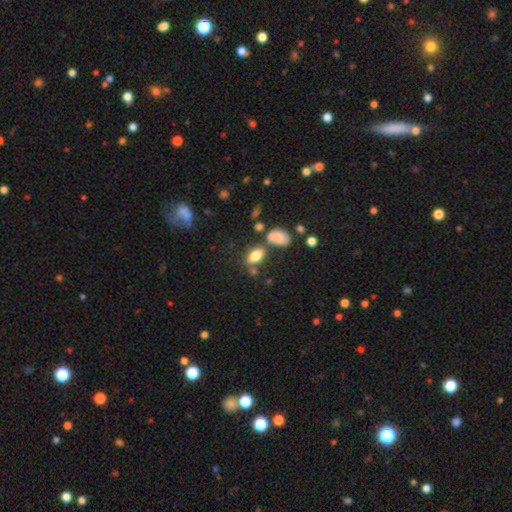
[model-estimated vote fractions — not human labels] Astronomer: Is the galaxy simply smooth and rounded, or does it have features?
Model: smooth — 80%.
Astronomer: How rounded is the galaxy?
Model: in between — 87%.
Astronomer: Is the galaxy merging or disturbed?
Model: none — 63%.